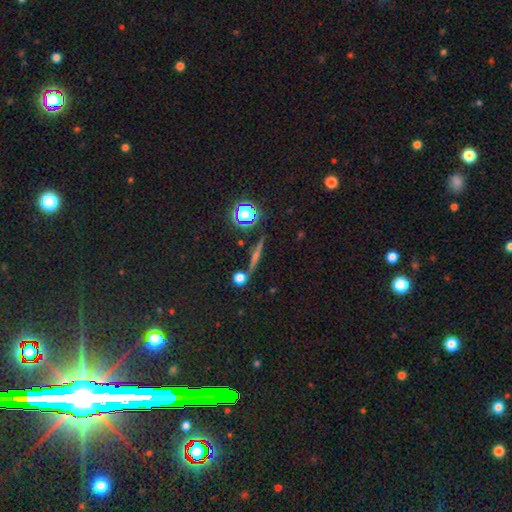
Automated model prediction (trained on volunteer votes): Smooth or featured: featured or disk — 47% (smooth — 30%)
Merging: none — 84% (minor disturbance — 8%)